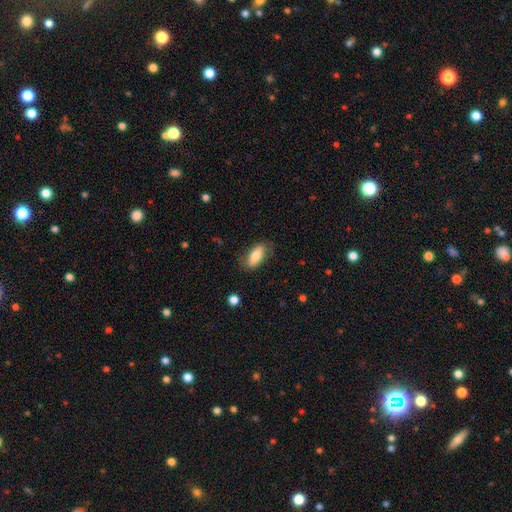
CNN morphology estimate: The model was most divided on "merging": none: 78%, minor disturbance: 16%, major disturbance: 4%, merger: 1%. More confident: how rounded — in between (83%); smooth or featured — smooth (79%).